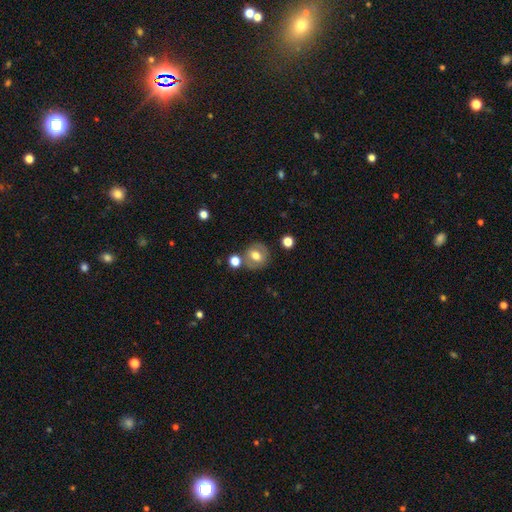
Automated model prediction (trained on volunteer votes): smooth-or-featured: smooth: 57% | featured or disk: 34% | star or artifact: 9%
  how-rounded: round: 76% | in between: 23% | cigar-shaped: 1%
  merging: none: 73% | minor disturbance: 13% | merger: 10% | major disturbance: 4%